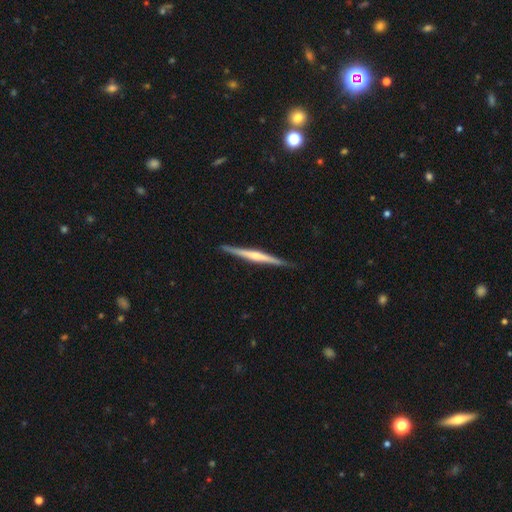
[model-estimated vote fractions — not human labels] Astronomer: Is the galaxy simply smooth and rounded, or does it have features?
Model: featured or disk — 72%.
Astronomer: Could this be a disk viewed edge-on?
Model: yes — 98%.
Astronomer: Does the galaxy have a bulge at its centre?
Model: rounded — 64%.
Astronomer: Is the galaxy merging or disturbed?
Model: none — 90%.